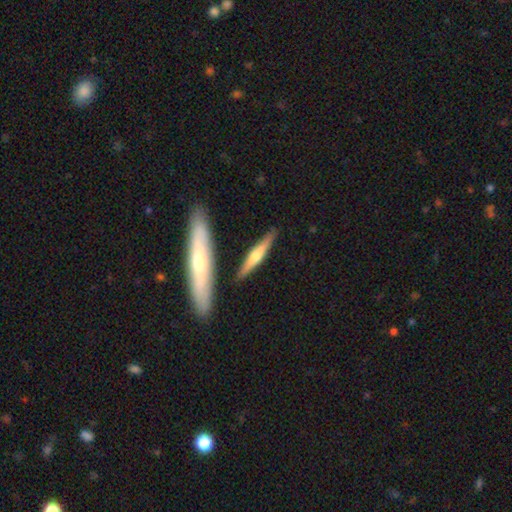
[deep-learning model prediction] Smooth or featured: featured or disk — 54% (smooth — 41%)
Edge-on disk: yes — 94% (no — 6%)
Edge-on bulge: rounded — 83% (none — 10%)
Merging: none — 83% (minor disturbance — 9%)